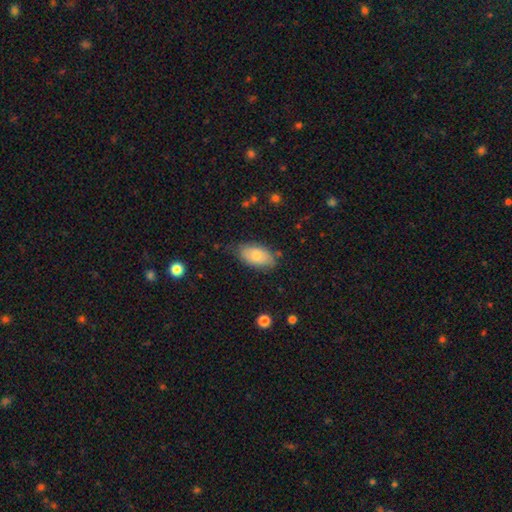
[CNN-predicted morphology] smooth_or_featured: smooth (p=0.77) [alt: featured or disk p=0.16]
how_rounded: in between (p=0.93) [alt: round p=0.04]
merging: none (p=0.73) [alt: minor disturbance p=0.21]